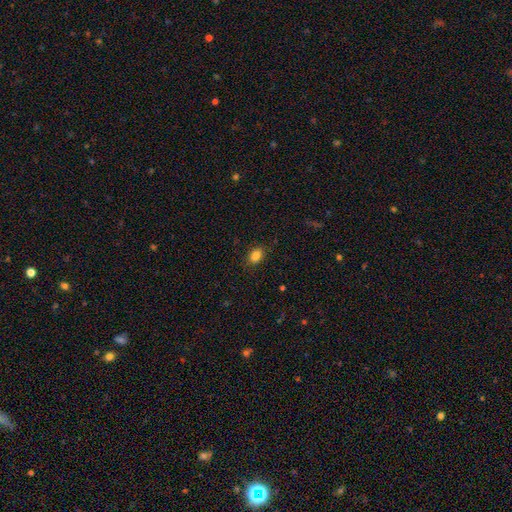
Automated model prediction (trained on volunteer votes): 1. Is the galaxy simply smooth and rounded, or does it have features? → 85% smooth, 10% star or artifact, 5% featured or disk.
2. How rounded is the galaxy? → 74% in between, 24% round, 1% cigar-shaped.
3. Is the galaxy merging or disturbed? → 87% none, 9% minor disturbance, 2% major disturbance, 1% merger.